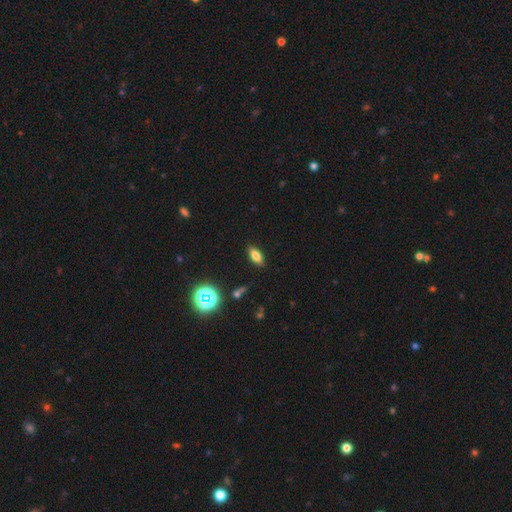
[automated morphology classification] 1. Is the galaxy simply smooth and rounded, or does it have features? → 73% smooth, 14% star or artifact, 13% featured or disk.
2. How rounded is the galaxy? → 81% in between, 15% cigar-shaped, 5% round.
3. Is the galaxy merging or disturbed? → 88% none, 8% minor disturbance, 2% major disturbance, 1% merger.